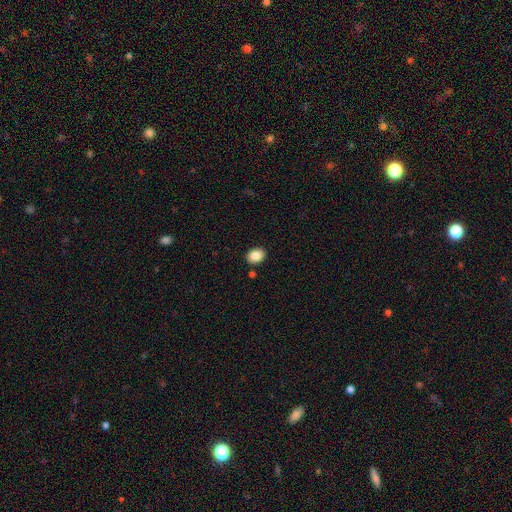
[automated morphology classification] A smooth galaxy with no disk features (86%) that is in between round and cigar-shaped (67%).

Vote fractions:
- Smooth or featured? smooth: 86% / star or artifact: 8% / featured or disk: 6%
- How rounded? in between: 67% / round: 32% / cigar-shaped: 1%
- Merging? none: 88% / minor disturbance: 8% / merger: 3% / major disturbance: 2%